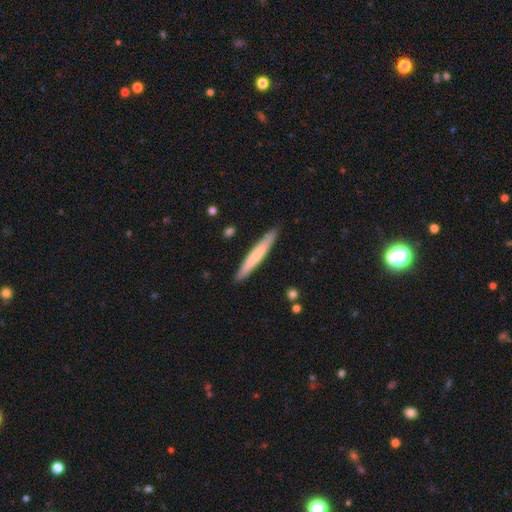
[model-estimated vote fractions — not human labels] Smooth or featured: smooth — 66% (featured or disk — 28%)
How rounded: cigar-shaped — 96% (in between — 3%)
Merging: none — 91% (minor disturbance — 7%)